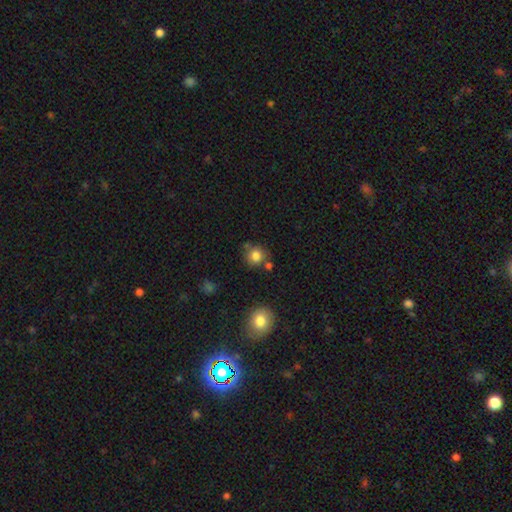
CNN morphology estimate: Smooth or featured: smooth — 82% (star or artifact — 11%)
How rounded: round — 87% (in between — 12%)
Merging: none — 71% (minor disturbance — 14%)